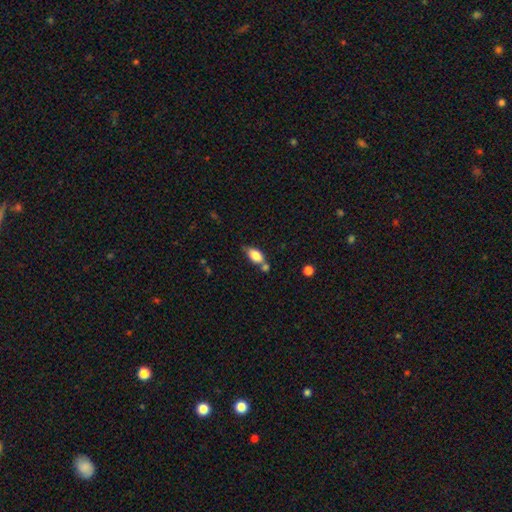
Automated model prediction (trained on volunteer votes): smooth_or_featured: smooth (p=0.80) [alt: featured or disk p=0.12]
how_rounded: in between (p=0.87) [alt: round p=0.07]
merging: none (p=0.45) [alt: merger p=0.30]